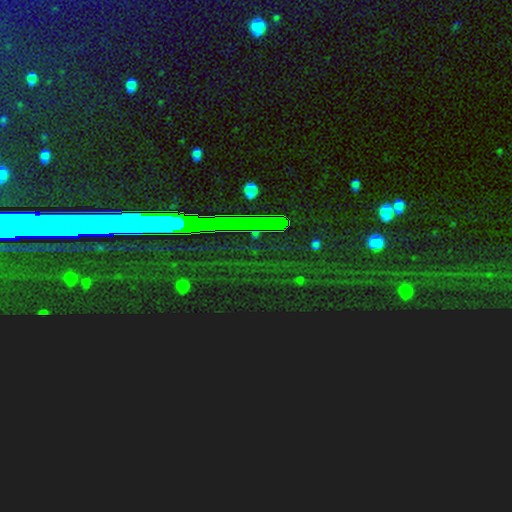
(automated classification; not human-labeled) This appears to be a star or artifact, not a galaxy (81%).